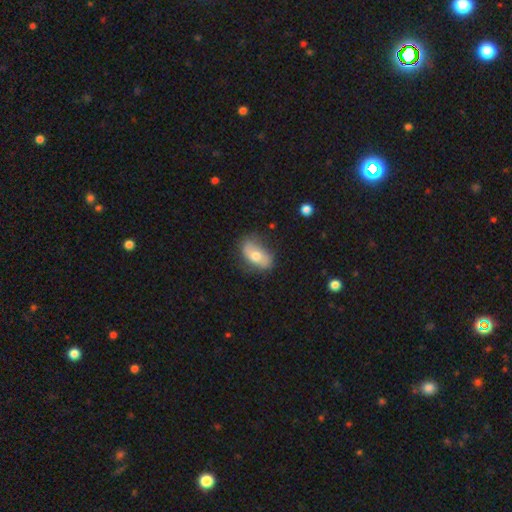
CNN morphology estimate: Overall: smooth (59%; featured or disk 34%). How rounded: in between (91%). Merging: none (68%).